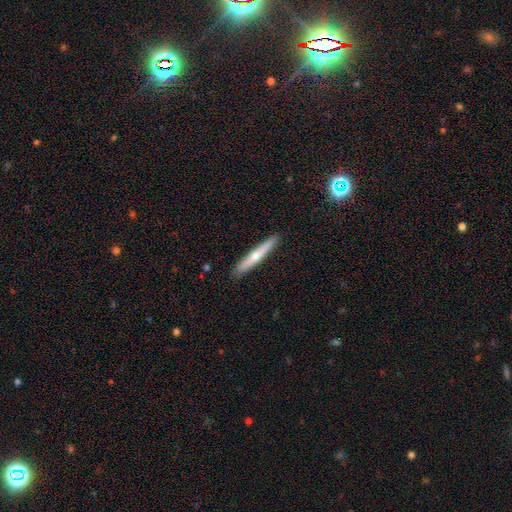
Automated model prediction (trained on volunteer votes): The model was most divided on "smooth or featured": smooth: 52%, featured or disk: 42%, star or artifact: 5%. More confident: how rounded — cigar-shaped (95%); merging — none (91%).